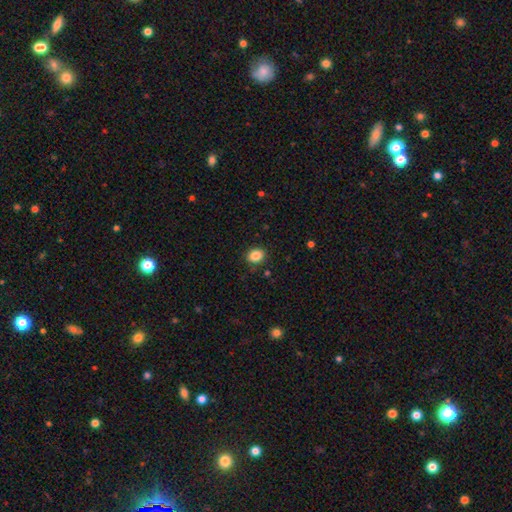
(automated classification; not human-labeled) A smooth galaxy with no disk features (86%) that is in between round and cigar-shaped (53%).

Vote fractions:
- Smooth or featured? smooth: 86% / star or artifact: 9% / featured or disk: 5%
- How rounded? in between: 53% / round: 46% / cigar-shaped: 1%
- Merging? none: 87% / minor disturbance: 9% / major disturbance: 2% / merger: 1%